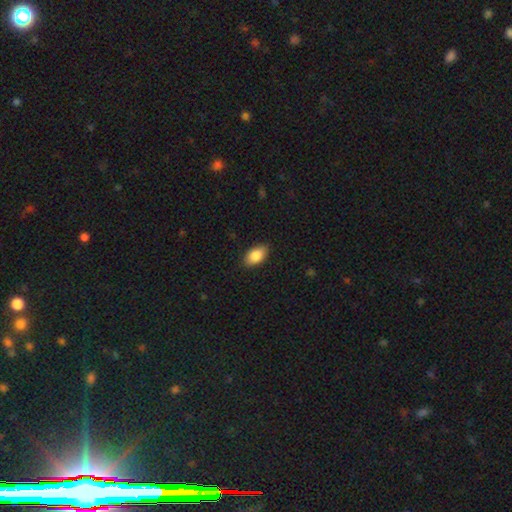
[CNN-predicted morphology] Q: Smooth or featured?
A: smooth (86%); runner-up: featured or disk (7%)
Q: How rounded?
A: in between (92%); runner-up: round (6%)
Q: Merging?
A: none (87%); runner-up: minor disturbance (10%)